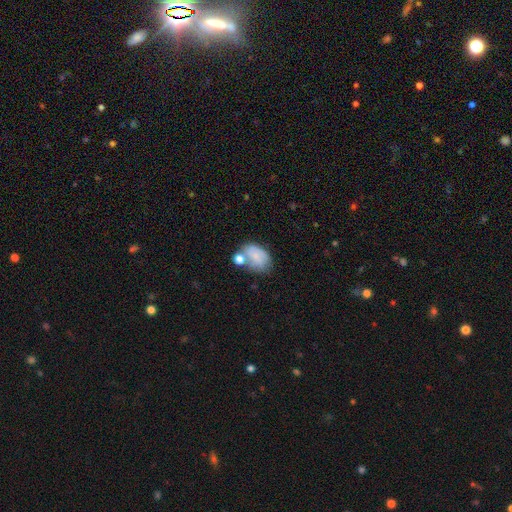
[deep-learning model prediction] This appears to be a smooth galaxy with no disk features (65%) that is in between round and cigar-shaped (81%). Merging: none (39%).